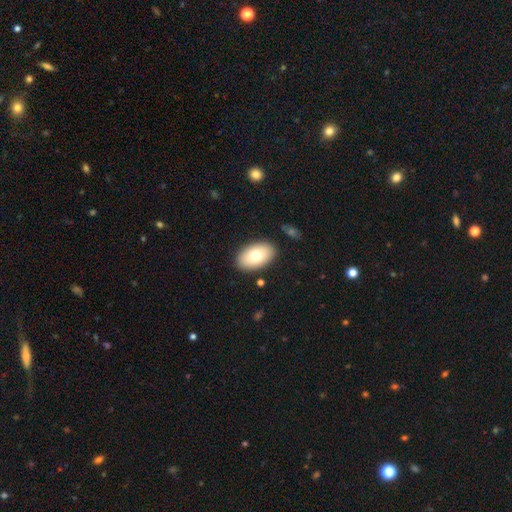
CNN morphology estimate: This is likely a smooth galaxy (74%). How rounded: clearly in between (93%). Merging: clearly none (88%).